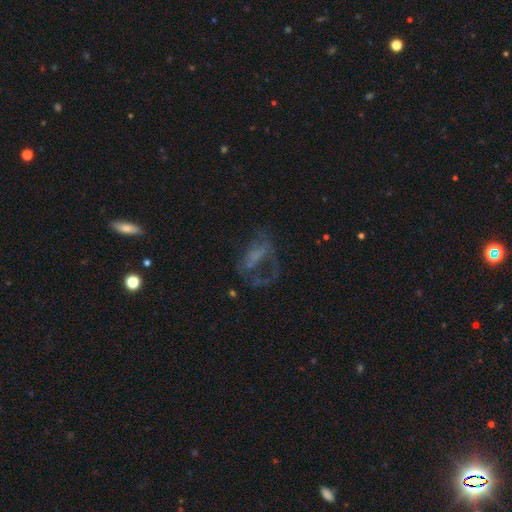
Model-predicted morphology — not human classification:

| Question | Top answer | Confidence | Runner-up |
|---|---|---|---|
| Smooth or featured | featured or disk | 53% | smooth (26%) |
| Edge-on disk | no | 95% | yes (5%) |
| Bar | no | 66% | weak (23%) |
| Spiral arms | no | 64% | yes (36%) |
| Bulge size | none | 64% | small (19%) |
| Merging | major disturbance | 49% | none (32%) |